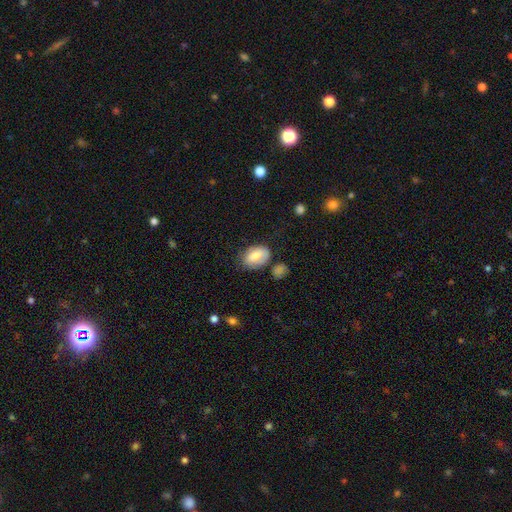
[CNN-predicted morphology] smooth 74%, featured or disk 19%, star or artifact 7%. Down the decision tree: how rounded — in between (85%); merging — none (59%).